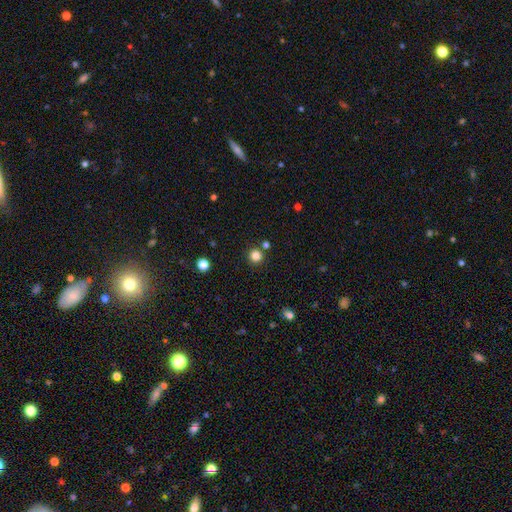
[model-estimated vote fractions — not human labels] Overall: smooth (82%). How rounded: round (95%). Merging: none (87%).